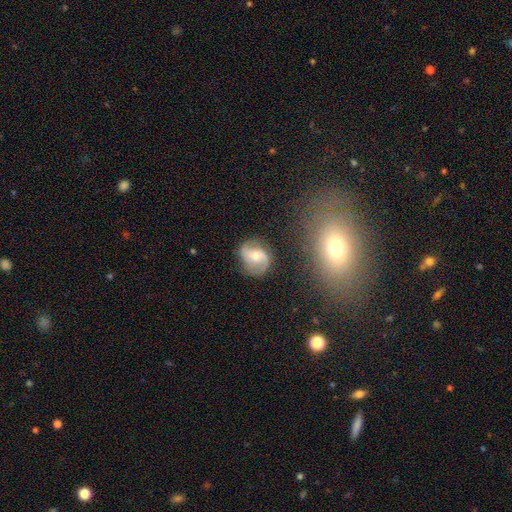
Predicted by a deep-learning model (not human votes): smooth-or-featured: featured or disk: 73% | smooth: 20% | star or artifact: 7%
  disk-edge-on: no: 97% | yes: 3%
    bar: no: 42% | weak: 39% | strong: 19%
    has-spiral-arms: yes: 92% | no: 8%
      spiral-winding: loose: 43% | medium: 41% | tight: 16%
      spiral-arm-count: 2: 89% | can't tell: 5% | 1: 3% | 3: 2% | 4: 1% | more than 4: 1%
    bulge-size: moderate: 59% | small: 35% | large: 3% | none: 2% | dominant: 1%
  merging: none: 76% | minor disturbance: 16% | major disturbance: 6% | merger: 2%